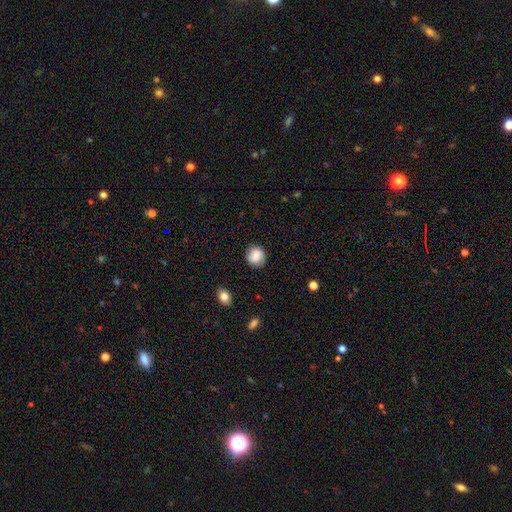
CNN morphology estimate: Smooth or featured? Predicted: smooth (p=0.70). How rounded? Predicted: round (p=0.83). Merging? Predicted: none (p=0.82).